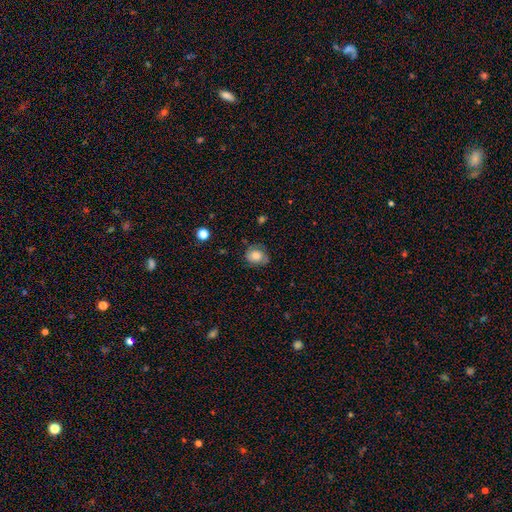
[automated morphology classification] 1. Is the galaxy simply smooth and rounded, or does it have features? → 64% smooth, 26% featured or disk, 10% star or artifact.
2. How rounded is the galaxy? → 69% round, 30% in between, 1% cigar-shaped.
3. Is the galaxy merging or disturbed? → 69% none, 23% minor disturbance, 7% major disturbance, 1% merger.